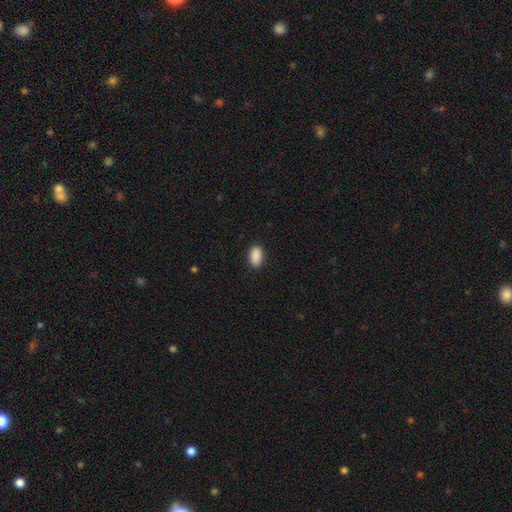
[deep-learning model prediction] A smooth galaxy with no disk features (90%) that is in between round and cigar-shaped (93%). Merging: none (88%).